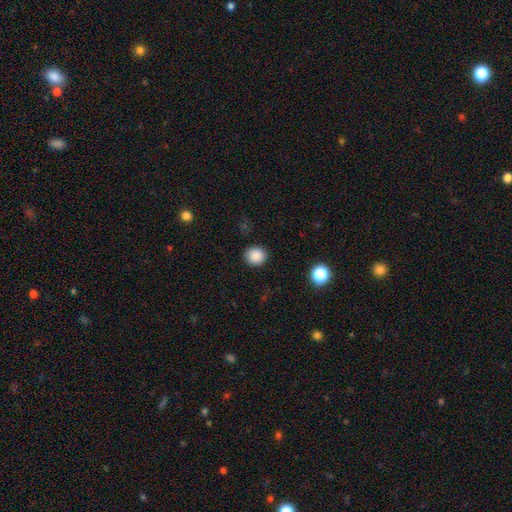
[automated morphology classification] Smooth or featured?
  - smooth: 87% *
  - star or artifact: 10%
  - featured or disk: 3%
How rounded?
  - round: 89% *
  - in between: 10%
  - cigar-shaped: 1%
Merging?
  - none: 90% *
  - minor disturbance: 6%
  - major disturbance: 2%
  - merger: 1%